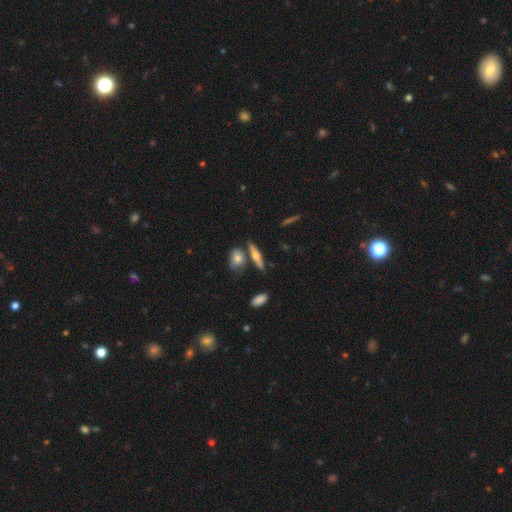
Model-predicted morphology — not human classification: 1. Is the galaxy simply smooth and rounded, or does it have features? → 48% featured or disk, 44% smooth, 8% star or artifact.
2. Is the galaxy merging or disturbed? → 72% none, 13% merger, 11% minor disturbance, 3% major disturbance.